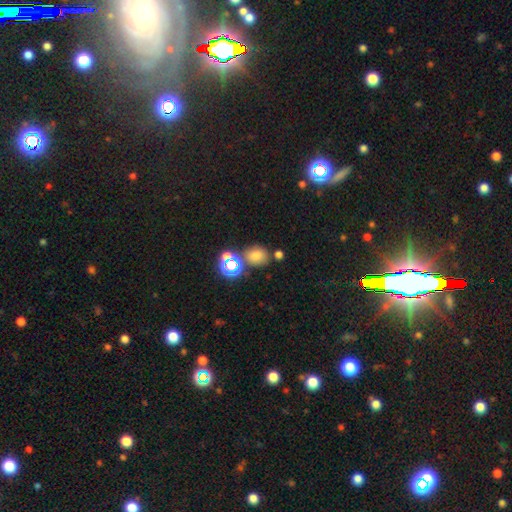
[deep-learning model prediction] This is likely a smooth galaxy (64%). How rounded: likely round (62%). Merging: likely none (69%).